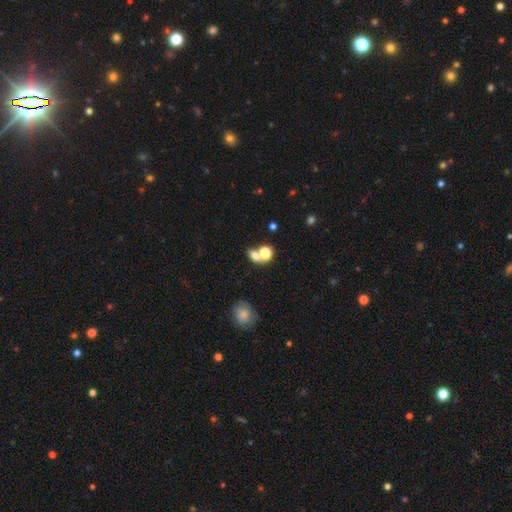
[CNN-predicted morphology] smooth 71%, star or artifact 16%, featured or disk 13%. Down the decision tree: how rounded — in between (51%); merging — merger (48%).